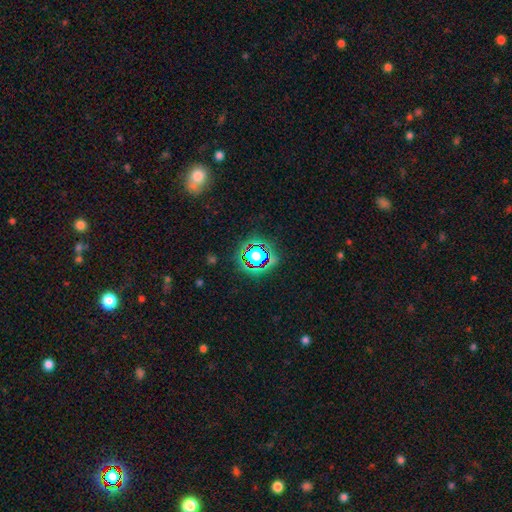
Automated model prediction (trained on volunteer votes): This is possibly a star or artifact rather than a galaxy (55%).